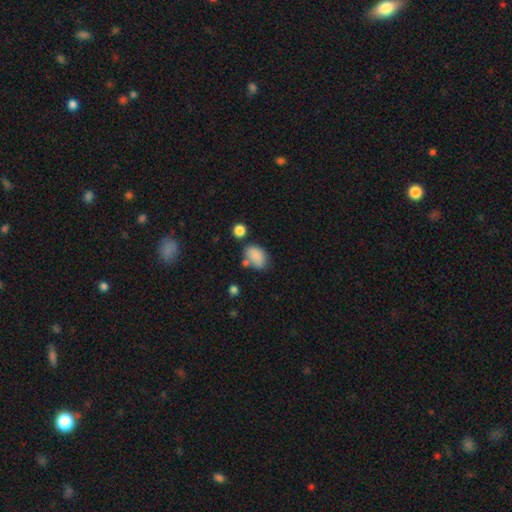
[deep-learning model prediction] Morphology: type=smooth (84%); roundness=in between (85%); merging=none (58%).